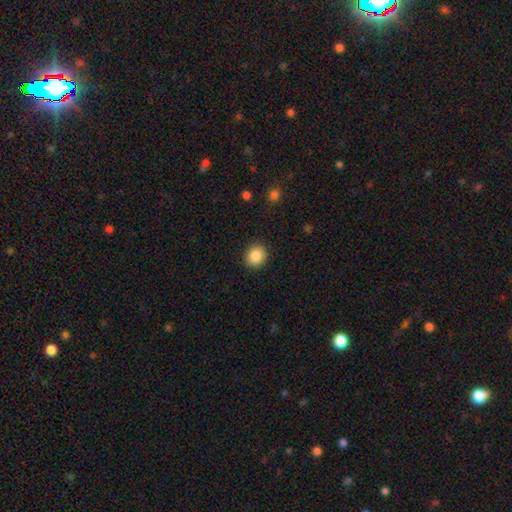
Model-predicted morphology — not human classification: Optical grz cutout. It shows a smooth galaxy with no disk features (86%) that is round (83%). Merging: none (90%).